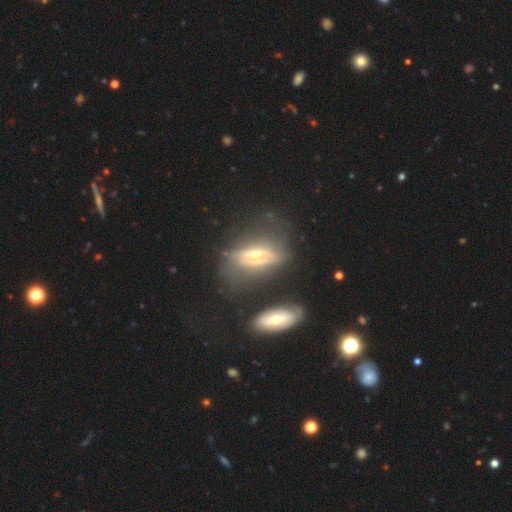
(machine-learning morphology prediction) A featured or disk galaxy (59%). Merging: none (38%).